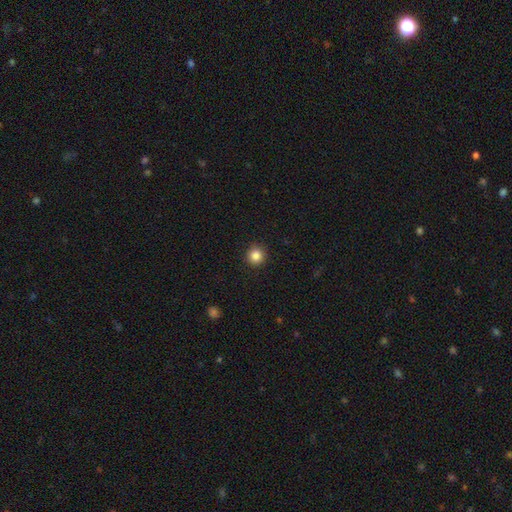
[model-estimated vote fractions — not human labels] This appears to be a smooth galaxy with no disk features (85%) that is round (94%). Merging: none (92%).